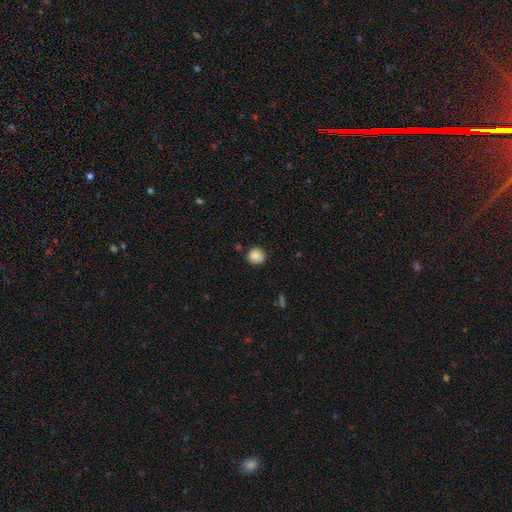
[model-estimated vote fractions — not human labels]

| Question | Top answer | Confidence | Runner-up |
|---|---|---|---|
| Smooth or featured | smooth | 87% | star or artifact (9%) |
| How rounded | round | 90% | in between (9%) |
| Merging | none | 84% | minor disturbance (11%) |